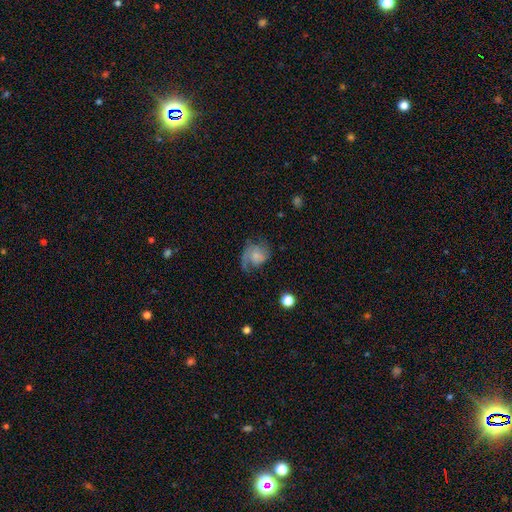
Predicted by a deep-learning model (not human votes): Smooth or featured?
  - featured or disk: 52% *
  - smooth: 39%
  - star or artifact: 9%
Edge-on disk?
  - no: 97% *
  - yes: 3%
Bar?
  - no: 73% *
  - weak: 24%
  - strong: 3%
Spiral arms?
  - yes: 83% *
  - no: 17%
Bulge size?
  - small: 40% *
  - none: 27%
  - moderate: 23%
  - large: 7%
  - dominant: 3%
Merging?
  - none: 40% *
  - major disturbance: 31%
  - minor disturbance: 26%
  - merger: 3%